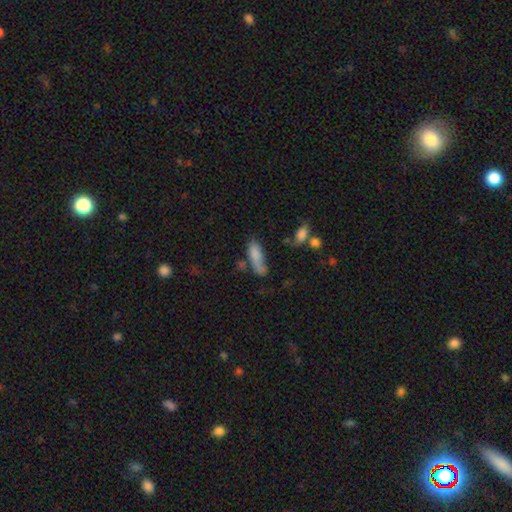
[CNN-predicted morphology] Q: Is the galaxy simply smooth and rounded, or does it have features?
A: smooth — 77%.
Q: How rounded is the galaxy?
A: in between — 56%.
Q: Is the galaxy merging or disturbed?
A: none — 42%.